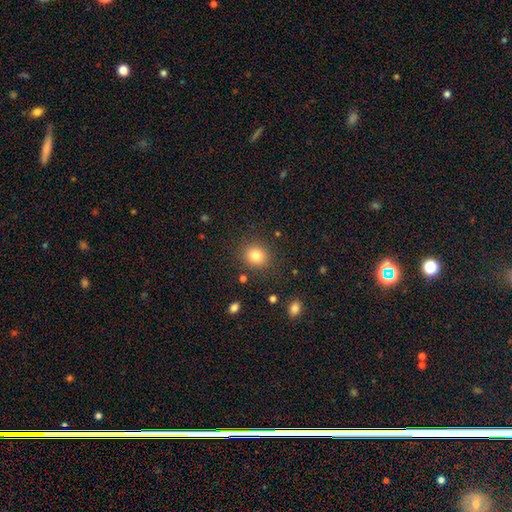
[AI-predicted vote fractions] This appears to be a smooth galaxy with no disk features (82%) that is round (78%). Merging: none (87%).